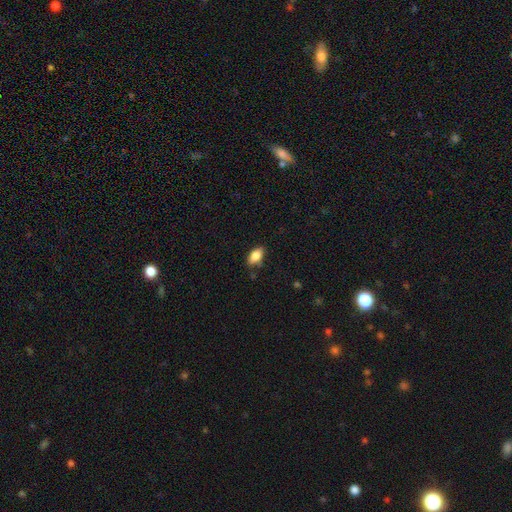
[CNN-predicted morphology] A smooth galaxy with no disk features (83%) that is in between round and cigar-shaped (90%).

Vote fractions:
- Smooth or featured? smooth: 83% / featured or disk: 10% / star or artifact: 7%
- How rounded? in between: 90% / cigar-shaped: 5% / round: 5%
- Merging? none: 79% / minor disturbance: 16% / major disturbance: 3% / merger: 2%